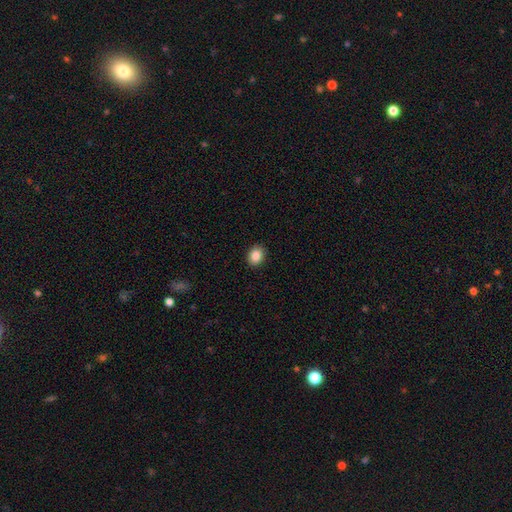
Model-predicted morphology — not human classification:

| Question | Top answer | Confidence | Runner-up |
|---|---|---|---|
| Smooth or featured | smooth | 87% | star or artifact (9%) |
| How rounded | round | 52% | in between (47%) |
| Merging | none | 90% | minor disturbance (7%) |